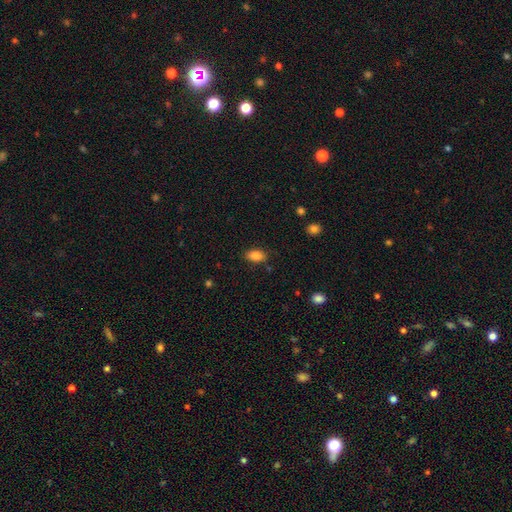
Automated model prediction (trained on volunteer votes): A smooth galaxy with no disk features (85%) that is in between round and cigar-shaped (91%). Merging: none (84%).